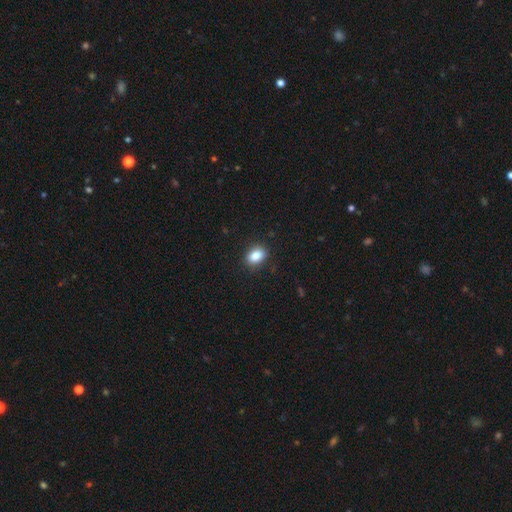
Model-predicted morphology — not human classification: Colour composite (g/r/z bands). It shows a smooth galaxy with no disk features (86%) that is in between round and cigar-shaped (76%). Merging: none (86%).